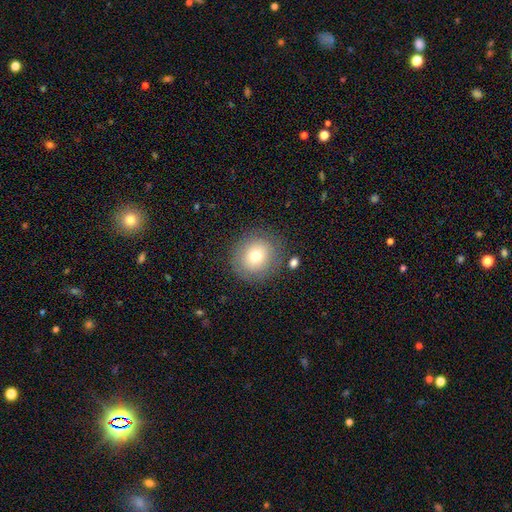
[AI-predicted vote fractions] Smooth or featured?
  - smooth: 72% *
  - featured or disk: 17%
  - star or artifact: 11%
How rounded?
  - round: 90% *
  - in between: 9%
  - cigar-shaped: 1%
Merging?
  - none: 84% *
  - minor disturbance: 10%
  - major disturbance: 4%
  - merger: 2%